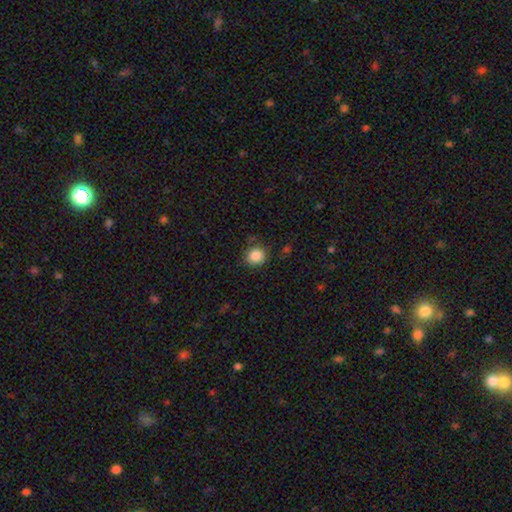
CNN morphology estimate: type=smooth (86%); roundness=round (89%); merging=none (83%).